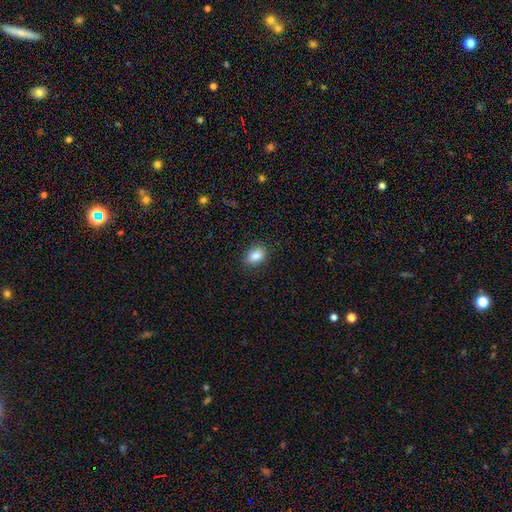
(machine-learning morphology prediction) The model was most divided on "how rounded": in between: 76%, round: 23%, cigar-shaped: 1%. More confident: merging — none (88%); smooth or featured — smooth (87%).